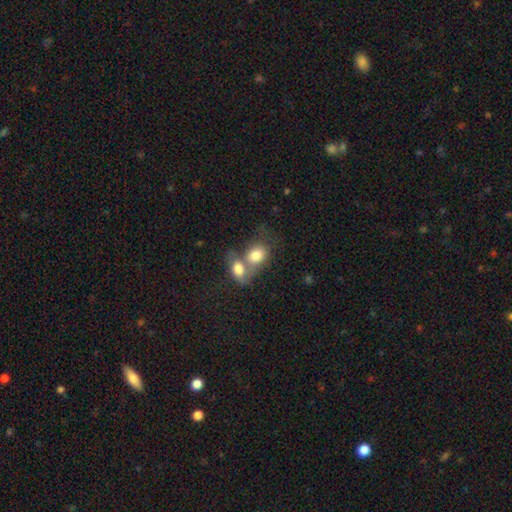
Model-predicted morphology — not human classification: A smooth galaxy with no disk features (78%) that is in between round and cigar-shaped (64%). Merging: merger (69%).